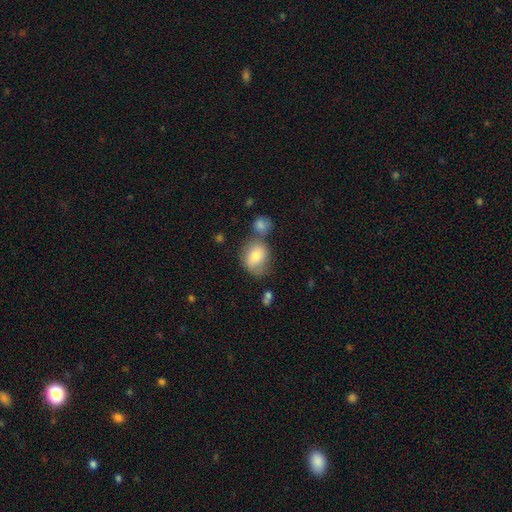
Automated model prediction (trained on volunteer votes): Smooth or featured? Predicted: smooth (p=0.75). How rounded? Predicted: round (p=0.56). Merging? Predicted: none (p=0.46).